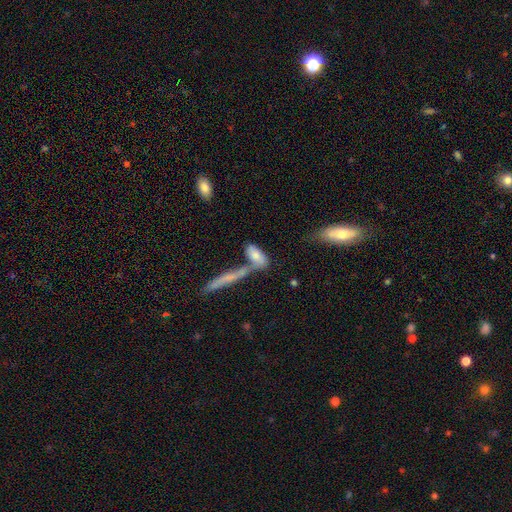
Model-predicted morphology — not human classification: Smooth or featured? smooth (73%)
How rounded? in between (73%)
Merging? merger (42%)